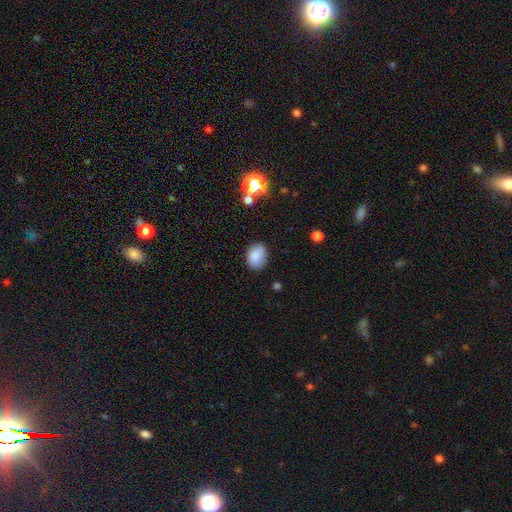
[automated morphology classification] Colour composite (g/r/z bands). It shows a smooth galaxy with no disk features (85%) that is in between round and cigar-shaped (69%). Merging: none (79%).